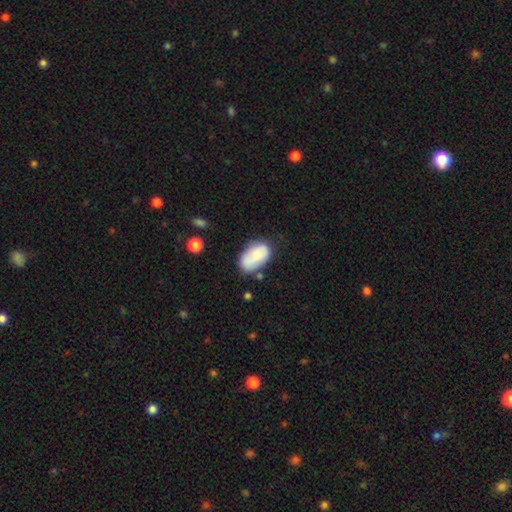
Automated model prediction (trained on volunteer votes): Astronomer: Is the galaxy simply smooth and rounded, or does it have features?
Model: smooth — 72%.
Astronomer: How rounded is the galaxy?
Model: in between — 92%.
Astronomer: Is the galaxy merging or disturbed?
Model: none — 57%.